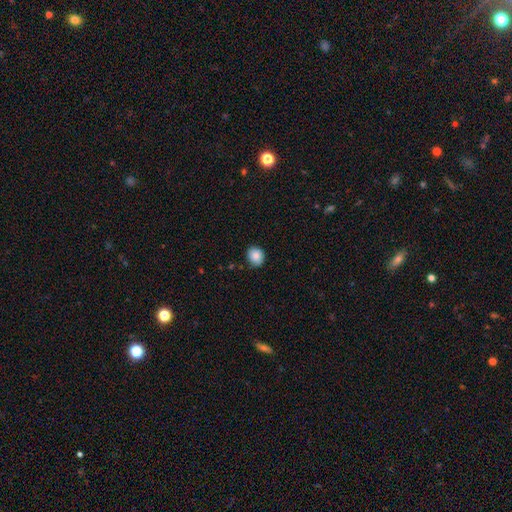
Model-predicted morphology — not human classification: smooth 86%, star or artifact 8%, featured or disk 6%. Down the decision tree: how rounded — round (72%); merging — none (85%).